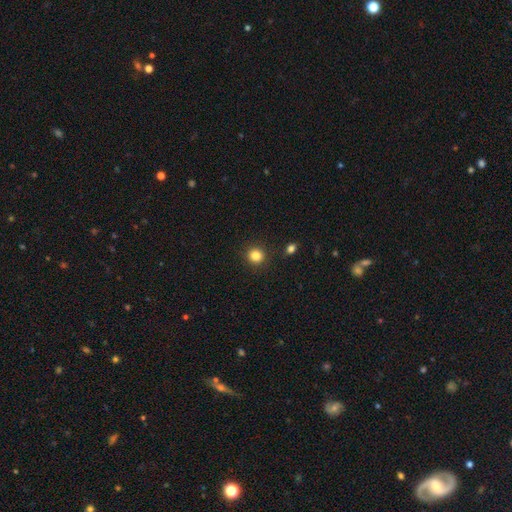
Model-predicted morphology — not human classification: Smooth or featured: smooth — 84% (star or artifact — 12%)
How rounded: round — 91% (in between — 9%)
Merging: none — 90% (minor disturbance — 6%)